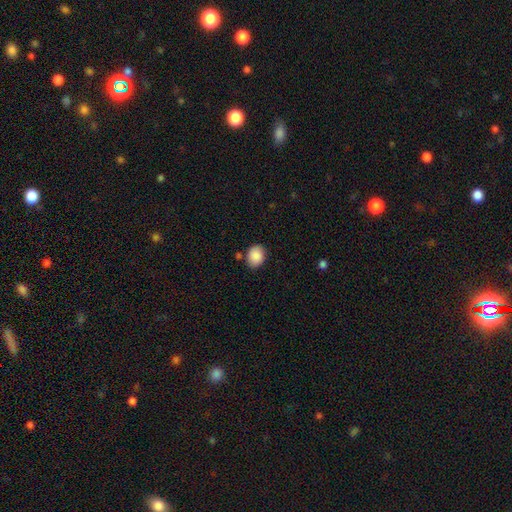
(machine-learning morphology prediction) smooth_or_featured: smooth (p=0.89) [alt: star or artifact p=0.07]
how_rounded: in between (p=0.59) [alt: round p=0.40]
merging: none (p=0.79) [alt: minor disturbance p=0.14]